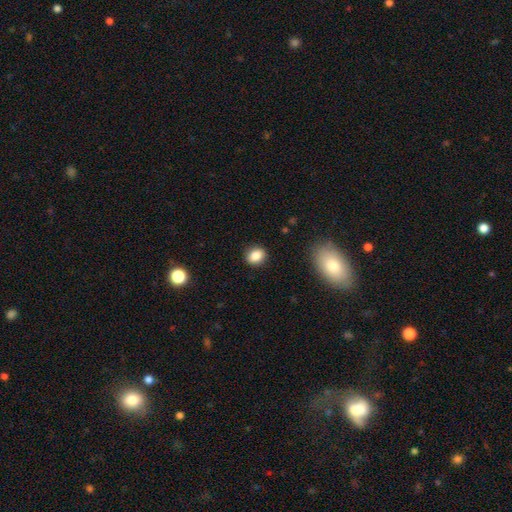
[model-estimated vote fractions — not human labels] Smooth or featured? Predicted: smooth (p=0.85). How rounded? Predicted: round (p=0.54). Merging? Predicted: none (p=0.88).